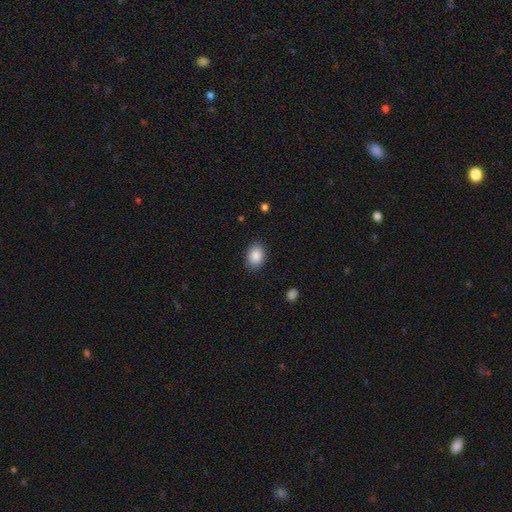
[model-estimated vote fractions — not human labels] smooth 88%, star or artifact 8%, featured or disk 4%. Down the decision tree: how rounded — in between (73%); merging — none (85%).